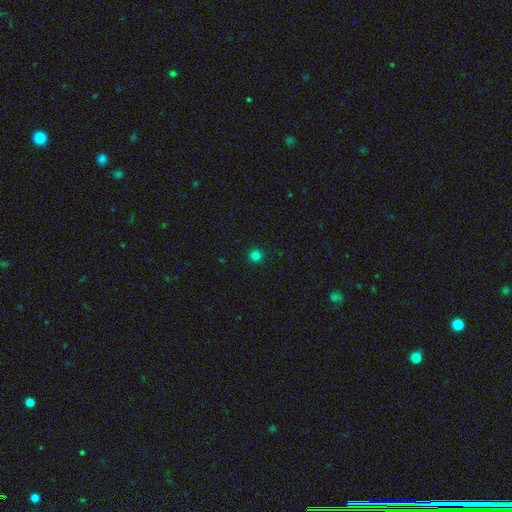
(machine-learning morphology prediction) A smooth galaxy with no disk features (81%) that is round (96%). Merging: none (93%).